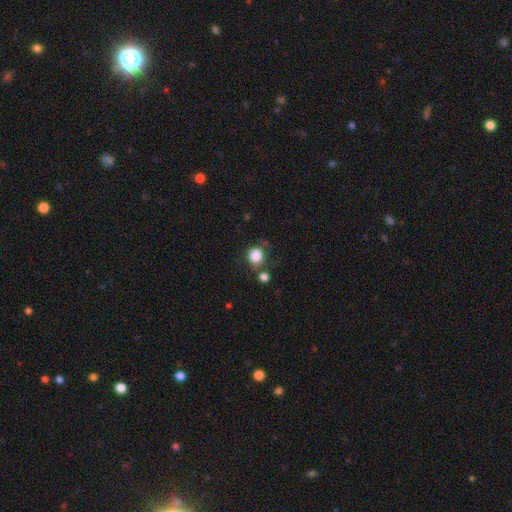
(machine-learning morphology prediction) A smooth galaxy with no disk features (84%) that is round (76%). Merging: none (56%).